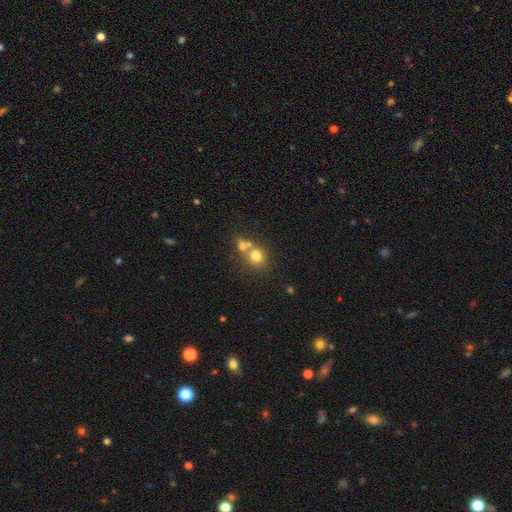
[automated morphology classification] A smooth galaxy with no disk features (74%) that is round (82%).

Vote fractions:
- Smooth or featured? smooth: 74% / featured or disk: 13% / star or artifact: 13%
- How rounded? round: 82% / in between: 17% / cigar-shaped: 1%
- Merging? merger: 47% / none: 42% / minor disturbance: 7% / major disturbance: 4%